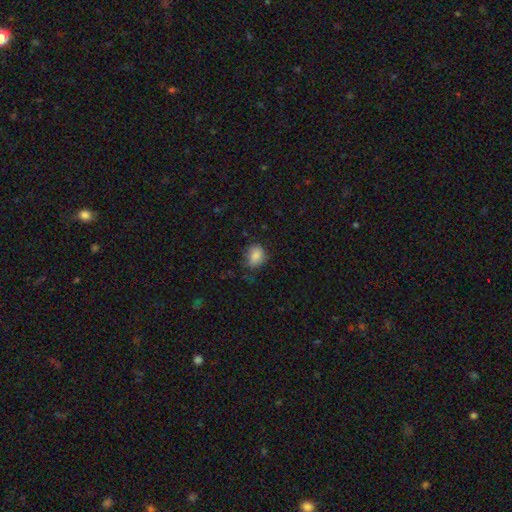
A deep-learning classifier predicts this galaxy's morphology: Smooth or featured: smooth — 85% (star or artifact — 9%)
How rounded: in between — 52% (round — 47%)
Merging: none — 66% (minor disturbance — 26%)